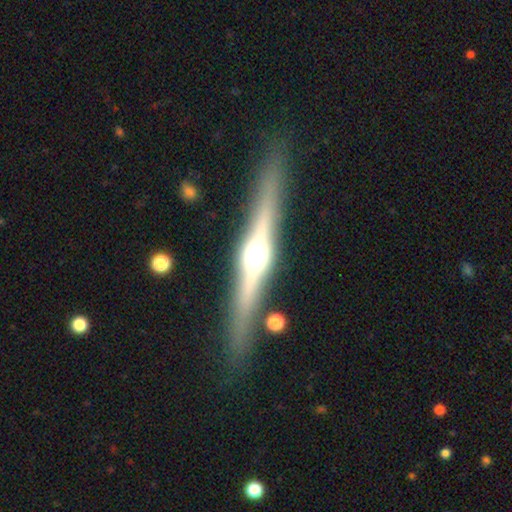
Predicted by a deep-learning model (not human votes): Smooth or featured?
  - featured or disk: 80% *
  - smooth: 15%
  - star or artifact: 5%
Edge-on disk?
  - yes: 98% *
  - no: 2%
Edge-on bulge?
  - rounded: 91% *
  - boxy: 6%
  - none: 3%
Merging?
  - none: 88% *
  - minor disturbance: 8%
  - merger: 2%
  - major disturbance: 2%